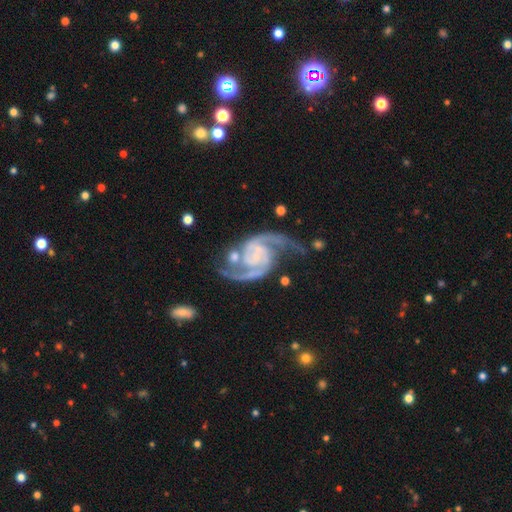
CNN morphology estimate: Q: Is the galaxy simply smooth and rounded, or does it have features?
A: featured or disk — 93%.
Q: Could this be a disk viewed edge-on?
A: no — 98%.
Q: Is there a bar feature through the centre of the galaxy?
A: no — 52%.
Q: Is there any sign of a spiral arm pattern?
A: yes — 98%.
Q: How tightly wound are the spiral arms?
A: medium — 57%.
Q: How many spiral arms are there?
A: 2 — 93%.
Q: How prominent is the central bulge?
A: none — 43%.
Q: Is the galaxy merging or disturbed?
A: none — 57%.